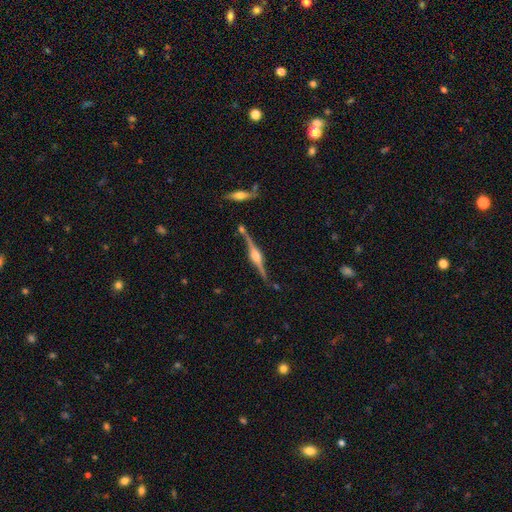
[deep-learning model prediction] Smooth or featured: featured or disk — 89% (smooth — 6%)
Edge-on disk: yes — 98% (no — 2%)
Edge-on bulge: rounded — 89% (boxy — 9%)
Merging: none — 77% (minor disturbance — 11%)